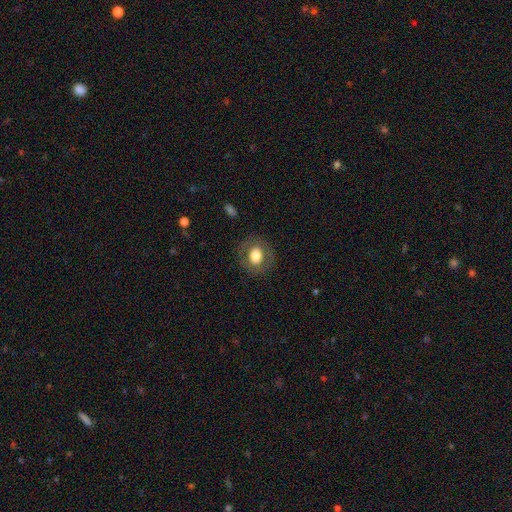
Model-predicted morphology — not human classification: The model was most divided on "how rounded": round: 65%, in between: 34%, cigar-shaped: 1%. More confident: merging — none (83%); smooth or featured — smooth (67%).